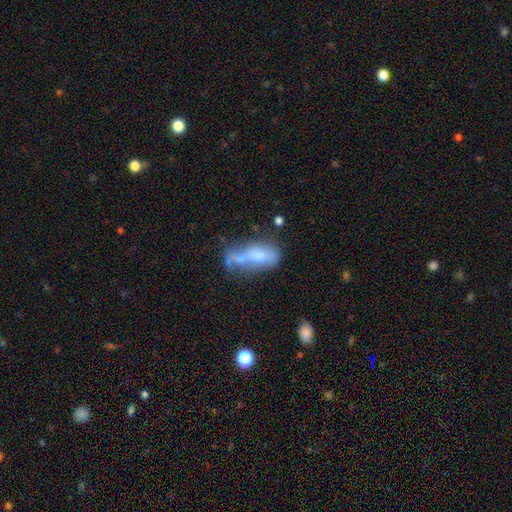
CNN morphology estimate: smooth_or_featured: smooth (p=0.55) [alt: featured or disk p=0.35]
how_rounded: in between (p=0.71) [alt: cigar-shaped p=0.25]
merging: merger (p=0.32) [alt: none p=0.31]